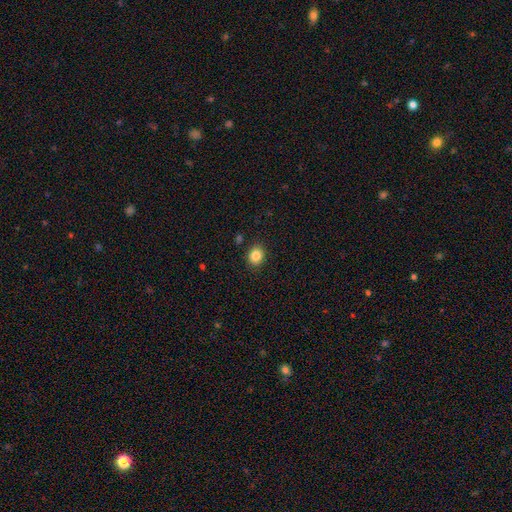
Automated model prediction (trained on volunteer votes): Smooth or featured? Predicted: smooth (p=0.85). How rounded? Predicted: round (p=0.62). Merging? Predicted: none (p=0.89).